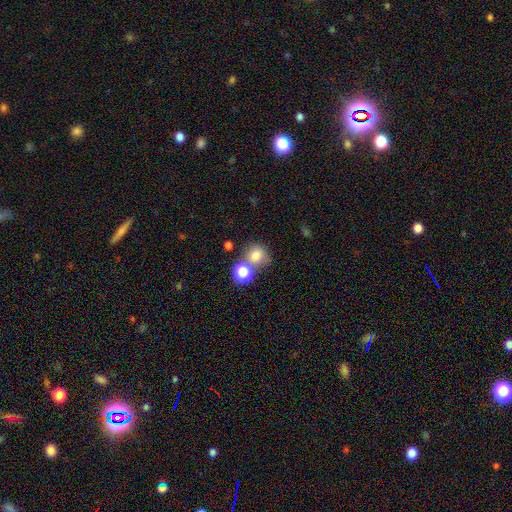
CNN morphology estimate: This is likely a smooth galaxy (75%). How rounded: clearly round (81%). Merging: possibly none (58%).